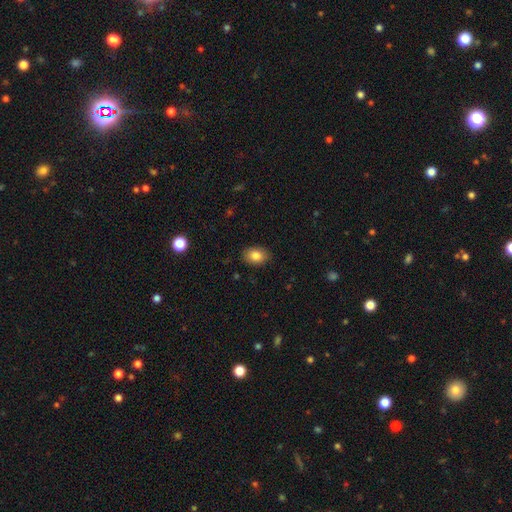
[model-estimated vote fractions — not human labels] Morphology: type=smooth (85%); roundness=in between (76%); merging=none (86%).